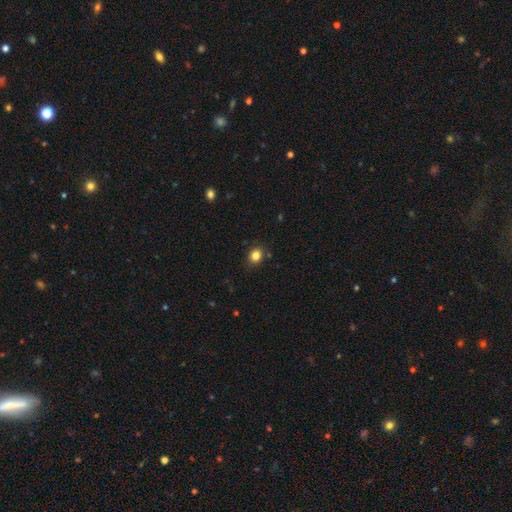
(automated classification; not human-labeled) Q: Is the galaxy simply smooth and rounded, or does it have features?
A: smooth — 84%.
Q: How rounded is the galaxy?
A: round — 58%.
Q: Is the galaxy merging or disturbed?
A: none — 86%.